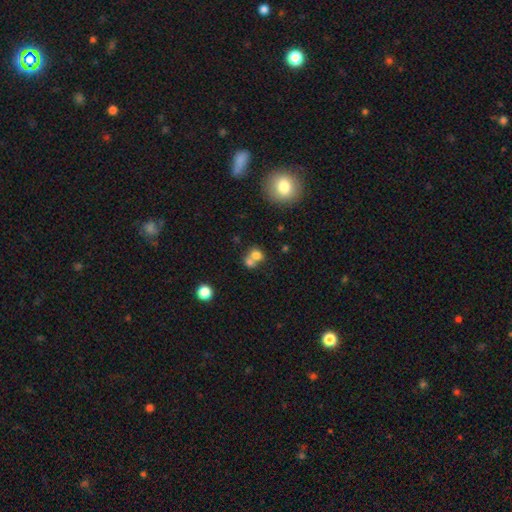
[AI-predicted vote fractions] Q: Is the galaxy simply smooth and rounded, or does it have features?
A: smooth — 73%.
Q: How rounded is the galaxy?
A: round — 64%.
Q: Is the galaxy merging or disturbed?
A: merger — 61%.